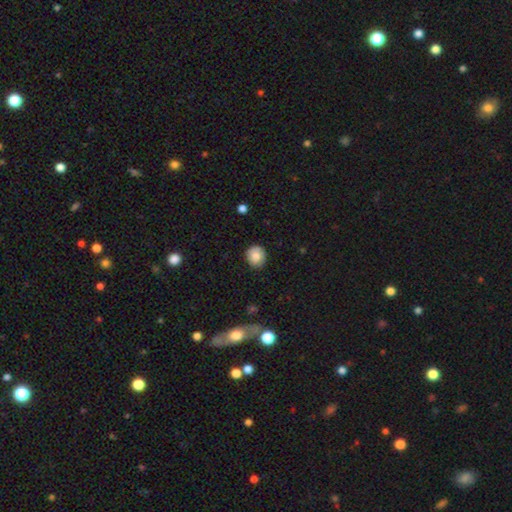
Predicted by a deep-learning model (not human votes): smooth-or-featured: smooth: 82% | featured or disk: 9% | star or artifact: 9%
  how-rounded: round: 81% | in between: 18% | cigar-shaped: 1%
  merging: none: 85% | minor disturbance: 12% | major disturbance: 2% | merger: 1%